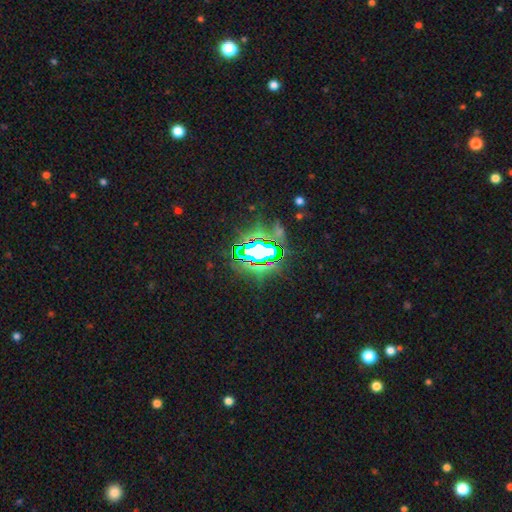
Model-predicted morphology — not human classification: Overall: star or artifact (79%).